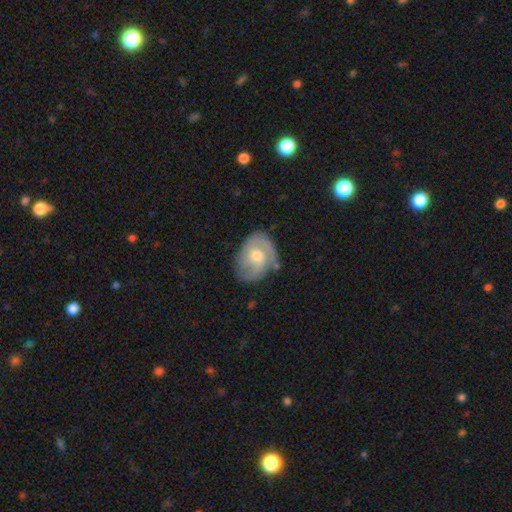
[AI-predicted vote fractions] Smooth or featured? featured or disk (75%)
Edge-on disk? no (97%)
Bar? no (62%)
Spiral arms? yes (92%)
Spiral winding? tight (43%)
Spiral arm count? 2 (50%)
Bulge size? moderate (62%)
Merging? none (68%)